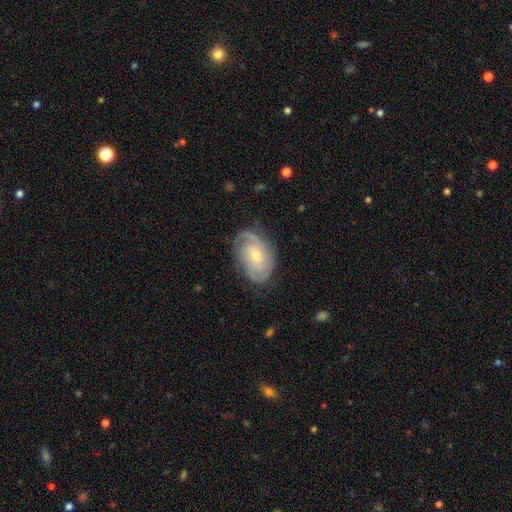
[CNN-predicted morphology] featured or disk 80%, smooth 15%, star or artifact 5%. Down the decision tree: edge-on disk — no (96%); bar — no (71%); spiral arms — yes (95%); spiral arm count — 2 (35%); spiral winding — tight (57%); bulge size — small (51%); merging — none (72%).